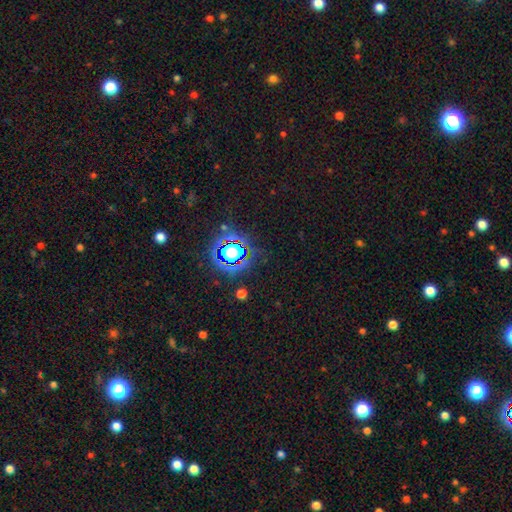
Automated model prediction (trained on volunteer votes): Morphology: type=star or artifact (81%).